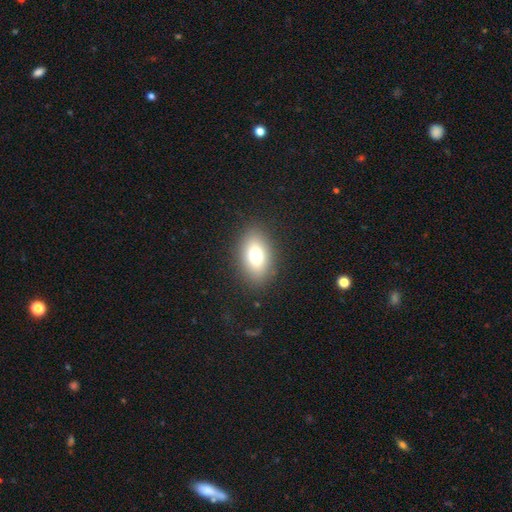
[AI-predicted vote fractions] Smooth or featured? smooth (76%)
How rounded? in between (85%)
Merging? none (87%)